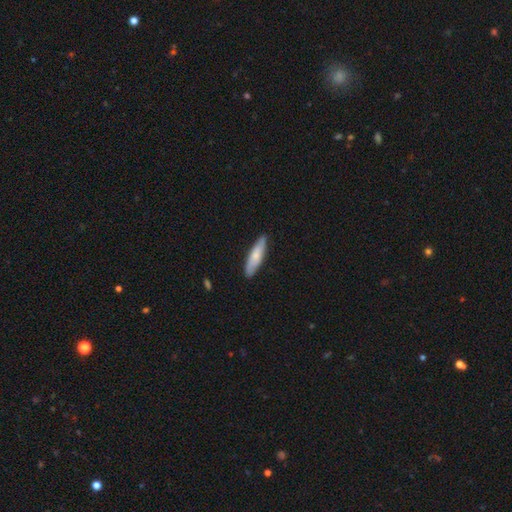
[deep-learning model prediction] Overall: smooth (70%). How rounded: cigar-shaped (71%). Merging: none (86%).